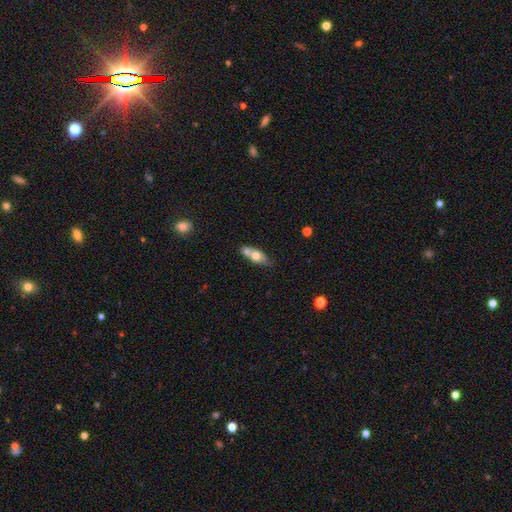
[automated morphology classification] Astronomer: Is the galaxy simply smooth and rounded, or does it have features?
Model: smooth — 63%.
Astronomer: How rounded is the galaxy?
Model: in between — 71%.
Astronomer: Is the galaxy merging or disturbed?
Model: merger — 47% (runner-up: none, 36%).